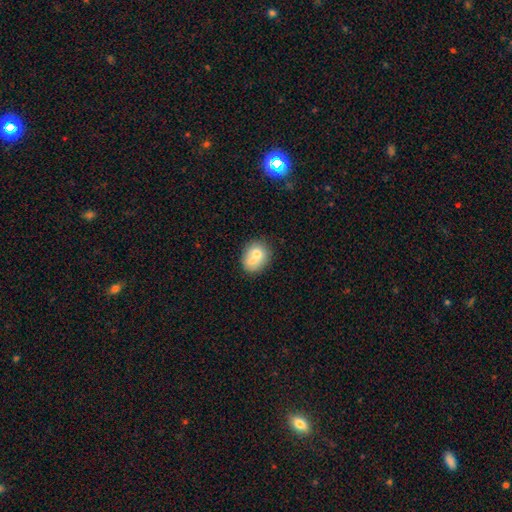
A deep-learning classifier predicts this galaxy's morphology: Smooth or featured? smooth (69%)
How rounded? round (57%)
Merging? merger (42%)